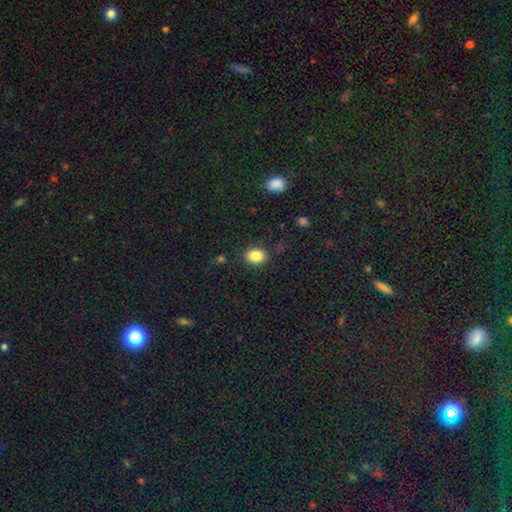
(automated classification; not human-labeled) Smooth or featured?
  - smooth: 85% *
  - star or artifact: 10%
  - featured or disk: 5%
How rounded?
  - in between: 59% *
  - round: 40%
  - cigar-shaped: 1%
Merging?
  - none: 84% *
  - minor disturbance: 11%
  - major disturbance: 3%
  - merger: 2%